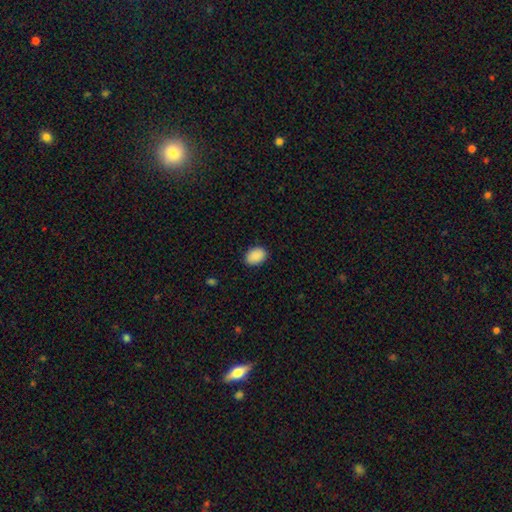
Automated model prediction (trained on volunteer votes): smooth-or-featured: smooth: 90% | star or artifact: 7% | featured or disk: 3%
  how-rounded: in between: 80% | round: 19% | cigar-shaped: 1%
  merging: none: 87% | minor disturbance: 9% | major disturbance: 2% | merger: 1%